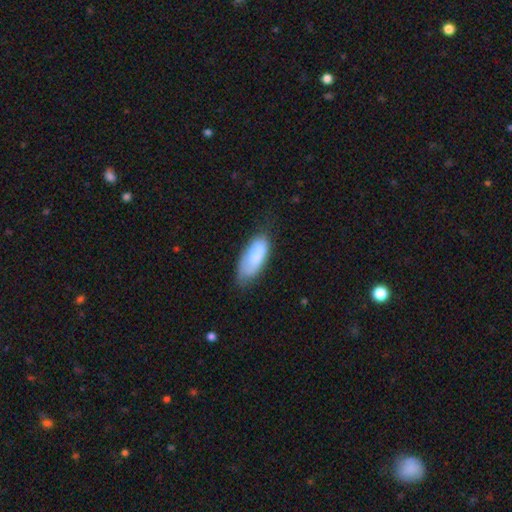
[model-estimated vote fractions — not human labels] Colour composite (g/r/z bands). It shows a smooth galaxy with no disk features (76%) that is in between round and cigar-shaped (82%). Merging: none (55%).